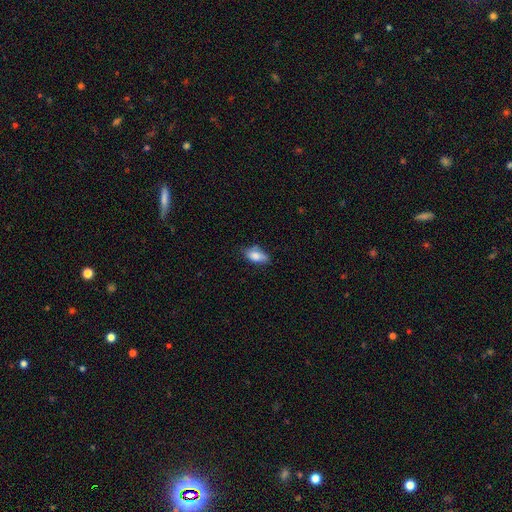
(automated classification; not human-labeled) A smooth galaxy with no disk features (80%) that is in between round and cigar-shaped (88%).

Vote fractions:
- Smooth or featured? smooth: 80% / featured or disk: 12% / star or artifact: 8%
- How rounded? in between: 88% / cigar-shaped: 8% / round: 4%
- Merging? none: 58% / minor disturbance: 32% / major disturbance: 7% / merger: 2%